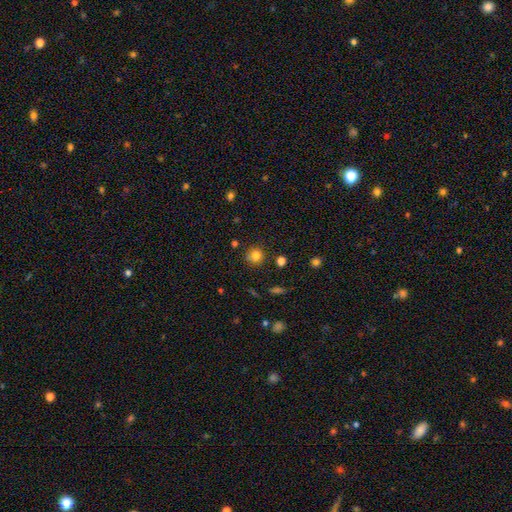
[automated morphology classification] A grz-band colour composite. It shows a smooth galaxy with no disk features (80%) that is round (91%). Merging: none (81%).